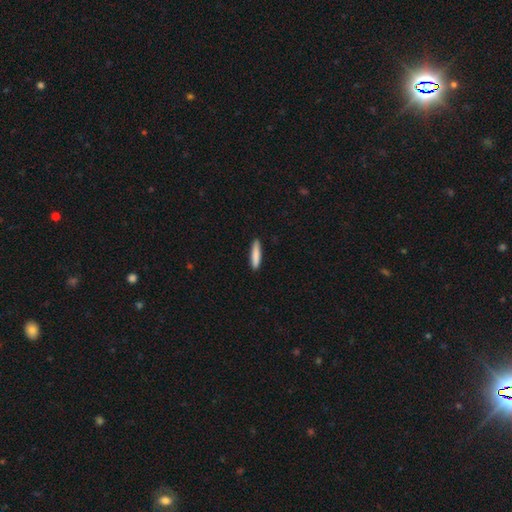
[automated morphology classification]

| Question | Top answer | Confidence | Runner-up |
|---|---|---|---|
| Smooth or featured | smooth | 85% | featured or disk (9%) |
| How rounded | cigar-shaped | 89% | in between (10%) |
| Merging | none | 91% | minor disturbance (7%) |